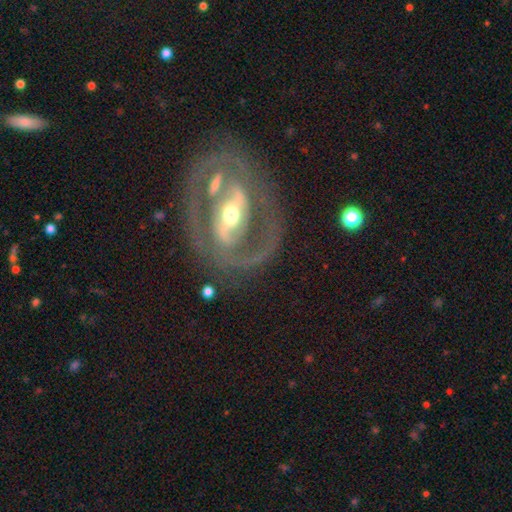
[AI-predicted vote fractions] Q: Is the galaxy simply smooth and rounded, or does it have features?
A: featured or disk — 85%.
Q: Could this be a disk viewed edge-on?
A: no — 93%.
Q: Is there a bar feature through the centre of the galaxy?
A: strong — 57%.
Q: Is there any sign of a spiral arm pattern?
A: yes — 71%.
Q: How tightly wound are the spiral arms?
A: tight — 48%.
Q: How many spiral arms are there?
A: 2 — 72%.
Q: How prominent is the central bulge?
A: moderate — 53%.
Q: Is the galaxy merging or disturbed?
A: none — 71%.